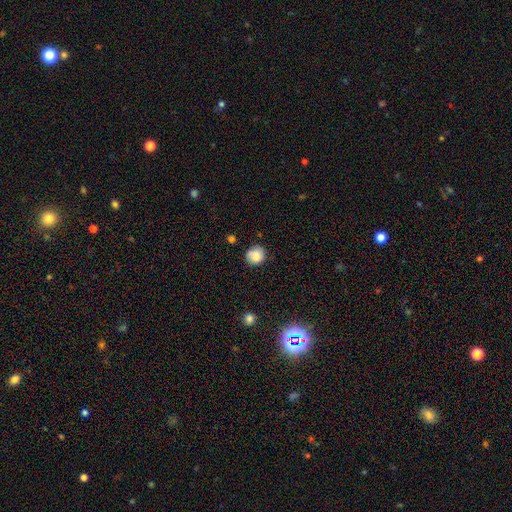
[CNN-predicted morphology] Smooth or featured?
  - smooth: 84% *
  - star or artifact: 9%
  - featured or disk: 7%
How rounded?
  - round: 85% *
  - in between: 14%
  - cigar-shaped: 1%
Merging?
  - none: 76% *
  - minor disturbance: 18%
  - major disturbance: 4%
  - merger: 2%